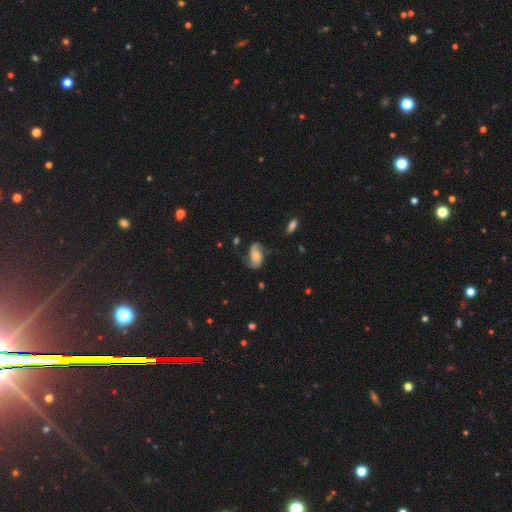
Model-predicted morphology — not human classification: Smooth or featured? Predicted: featured or disk (p=0.70). Edge-on disk? Predicted: no (p=0.96). Bar? Predicted: no (p=0.60). Spiral arms? Predicted: yes (p=0.93). Spiral winding? Predicted: loose (p=0.44). Spiral arm count? Predicted: 2 (p=0.86). Bulge size? Predicted: moderate (p=0.45). Merging? Predicted: none (p=0.61).